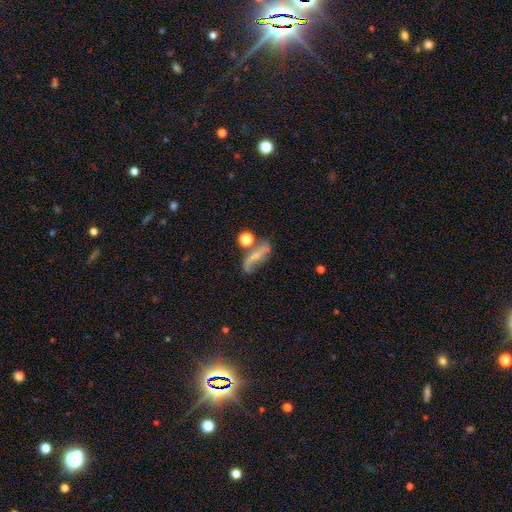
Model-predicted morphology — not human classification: smooth_or_featured: featured or disk (p=0.59) [alt: smooth p=0.30]
disk_edge_on: no (p=0.87) [alt: yes p=0.13]
bar: no (p=0.53) [alt: weak p=0.28]
has_spiral_arms: yes (p=0.81) [alt: no p=0.19]
bulge_size: small (p=0.63) [alt: moderate p=0.21]
merging: none (p=0.50) [alt: minor disturbance p=0.23]